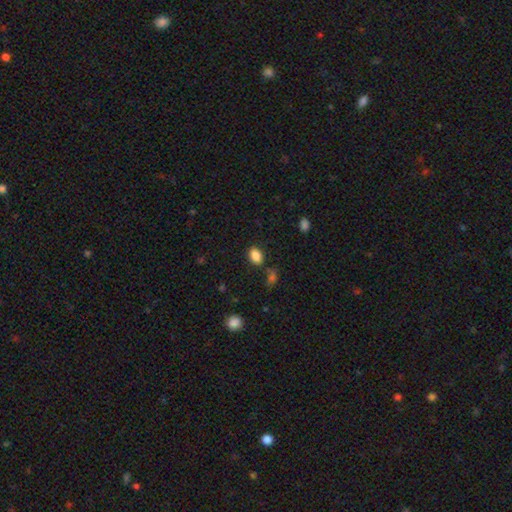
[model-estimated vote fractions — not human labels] smooth_or_featured: smooth (p=0.86) [alt: star or artifact p=0.09]
how_rounded: in between (p=0.84) [alt: round p=0.14]
merging: none (p=0.78) [alt: minor disturbance p=0.13]